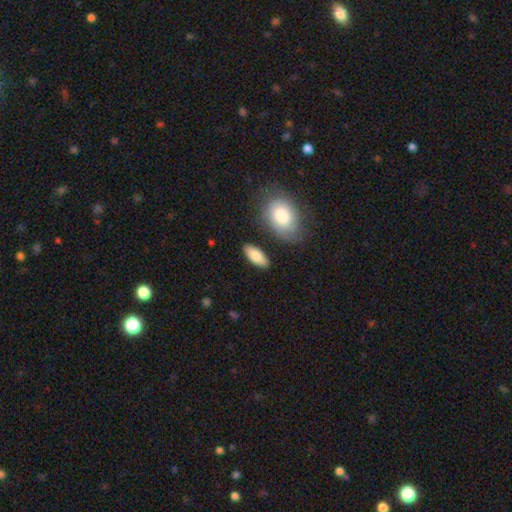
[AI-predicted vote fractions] Smooth or featured?
  - smooth: 80% *
  - featured or disk: 14%
  - star or artifact: 6%
How rounded?
  - in between: 82% *
  - cigar-shaped: 15%
  - round: 3%
Merging?
  - none: 84% *
  - minor disturbance: 10%
  - merger: 4%
  - major disturbance: 2%